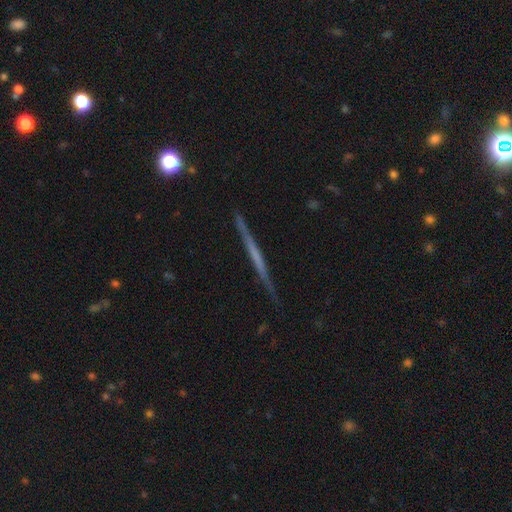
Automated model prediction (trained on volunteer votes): Smooth or featured? Predicted: featured or disk (p=0.63). Edge-on disk? Predicted: yes (p=0.97). Edge-on bulge? Predicted: none (p=0.86). Merging? Predicted: none (p=0.88).